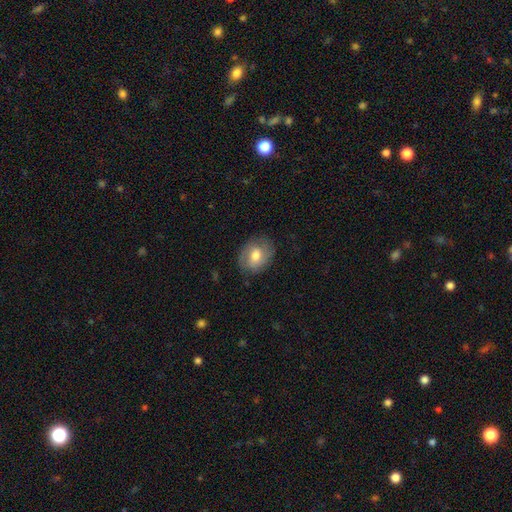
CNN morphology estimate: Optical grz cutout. It shows a smooth galaxy with no disk features (60%) that is in between round and cigar-shaped (50%). Merging: none (76%).